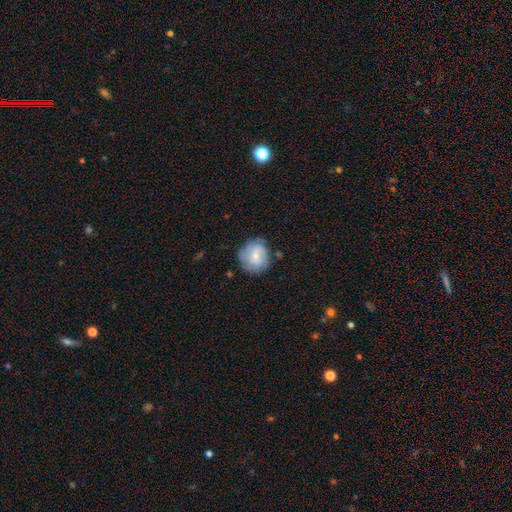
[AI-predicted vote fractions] This is possibly a smooth galaxy (56%). How rounded: clearly round (86%). Merging: likely none (70%).